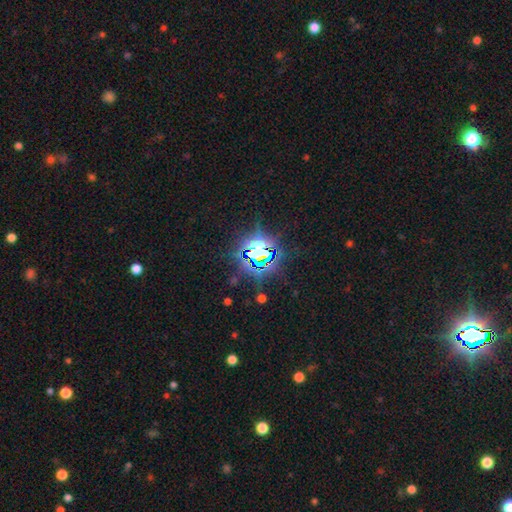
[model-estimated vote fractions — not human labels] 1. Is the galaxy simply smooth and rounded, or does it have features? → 81% star or artifact, 10% smooth, 10% featured or disk.